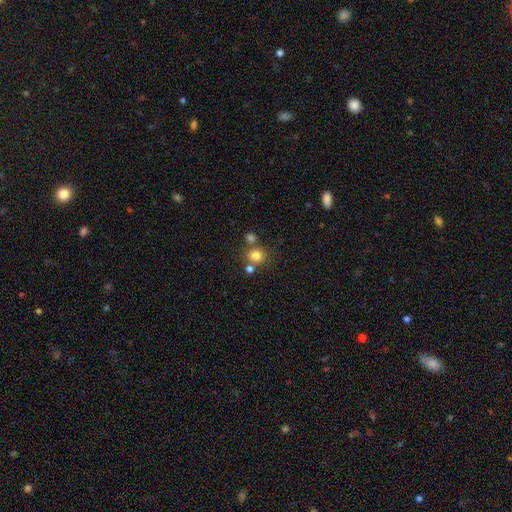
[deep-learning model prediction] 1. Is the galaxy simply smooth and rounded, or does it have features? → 78% smooth, 14% star or artifact, 7% featured or disk.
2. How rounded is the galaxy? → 77% round, 22% in between, 1% cigar-shaped.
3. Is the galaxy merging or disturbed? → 65% none, 21% merger, 10% minor disturbance, 4% major disturbance.